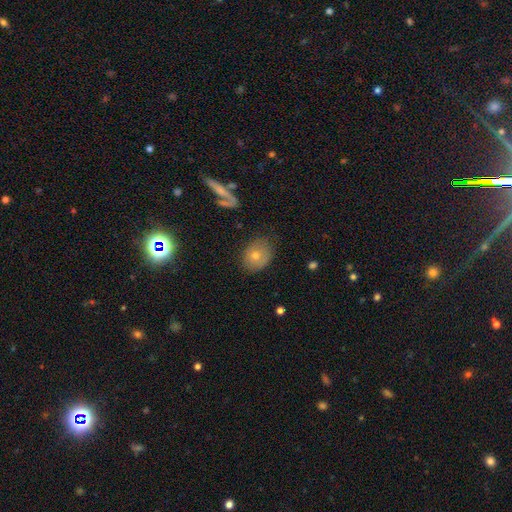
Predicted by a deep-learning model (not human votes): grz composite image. It shows a smooth galaxy with no disk features (62%) that is round (54%). Merging: none (76%).